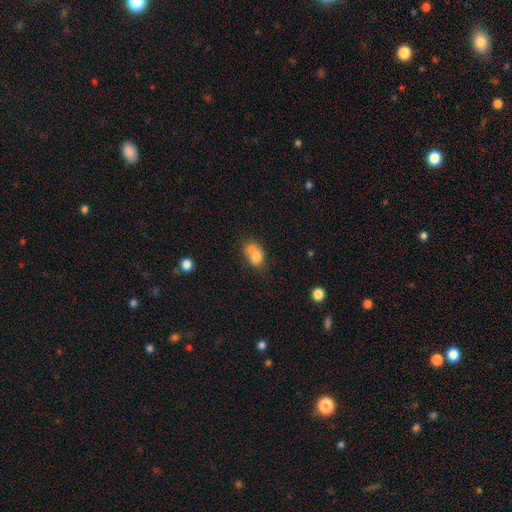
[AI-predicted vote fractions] Morphology: type=smooth (73%); roundness=in between (54%); merging=merger (59%).